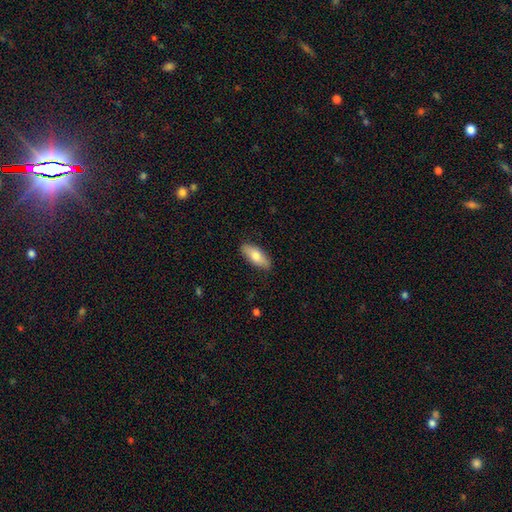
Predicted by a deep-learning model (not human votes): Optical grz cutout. It shows a smooth galaxy with no disk features (76%) that is in between round and cigar-shaped (76%). Merging: none (87%).